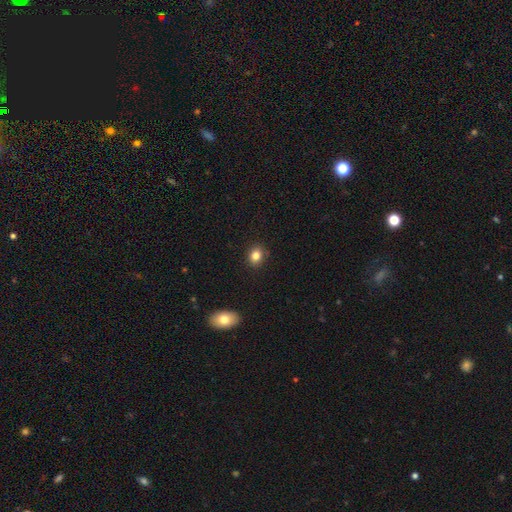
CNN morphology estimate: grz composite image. It shows a smooth galaxy with no disk features (83%) that is round (59%). Merging: none (90%).